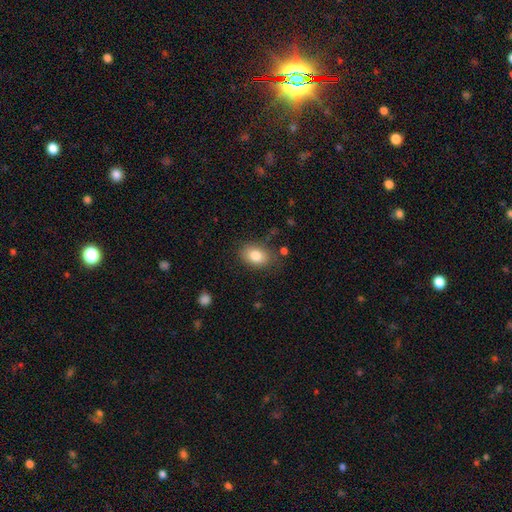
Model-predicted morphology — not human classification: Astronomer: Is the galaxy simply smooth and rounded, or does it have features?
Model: smooth — 83%.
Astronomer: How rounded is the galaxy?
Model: in between — 82%.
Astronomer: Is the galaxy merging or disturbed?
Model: none — 79%.